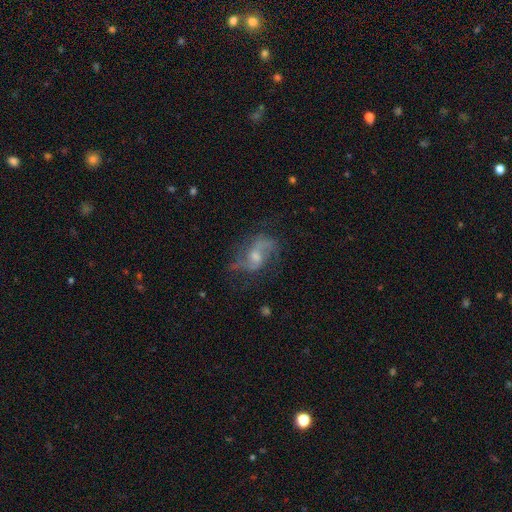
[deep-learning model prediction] Smooth or featured: featured or disk — 76% (smooth — 15%)
Edge-on disk: no — 96% (yes — 4%)
Bar: no — 46% (weak — 44%)
Spiral arms: yes — 89% (no — 11%)
Spiral winding: loose — 60% (medium — 32%)
Spiral arm count: 2 — 80% (can't tell — 9%)
Bulge size: moderate — 49% (small — 38%)
Merging: none — 58% (minor disturbance — 21%)